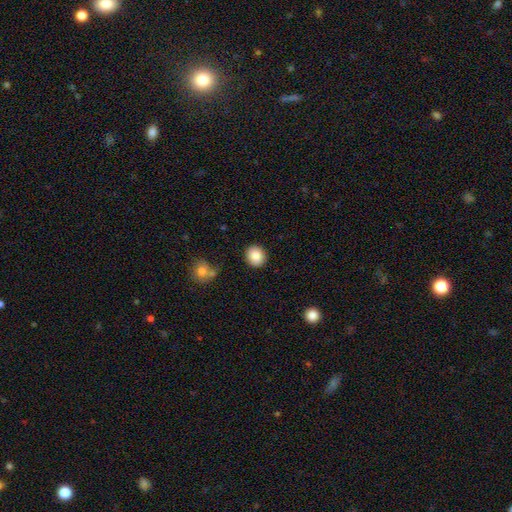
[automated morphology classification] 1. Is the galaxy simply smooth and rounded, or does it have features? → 83% smooth, 8% star or artifact, 8% featured or disk.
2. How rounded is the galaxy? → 82% round, 17% in between, 1% cigar-shaped.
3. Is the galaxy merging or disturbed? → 90% none, 6% minor disturbance, 2% major disturbance, 2% merger.